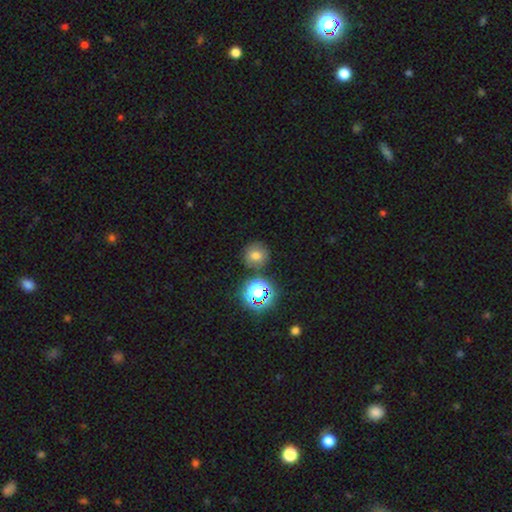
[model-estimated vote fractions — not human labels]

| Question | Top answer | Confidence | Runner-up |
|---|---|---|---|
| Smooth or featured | smooth | 67% | star or artifact (22%) |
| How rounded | round | 92% | in between (7%) |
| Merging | none | 79% | minor disturbance (10%) |